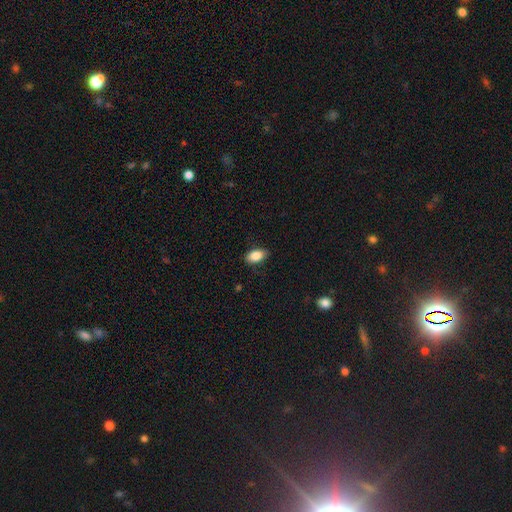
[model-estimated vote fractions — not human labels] Smooth or featured? Predicted: smooth (p=0.86). How rounded? Predicted: in between (p=0.91). Merging? Predicted: none (p=0.85).